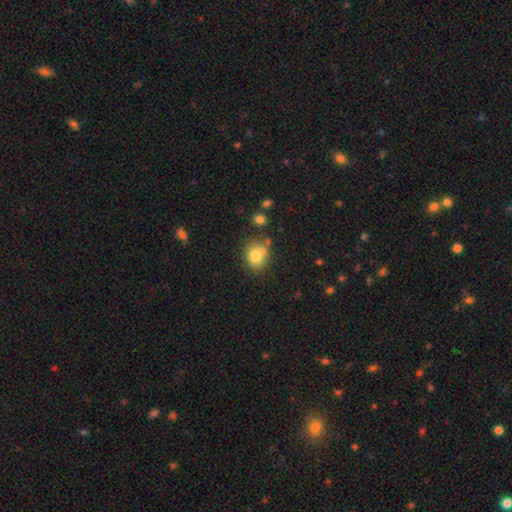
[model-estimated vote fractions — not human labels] Overall: smooth (77%). How rounded: round (70%; in between 30%). Merging: none (61%).